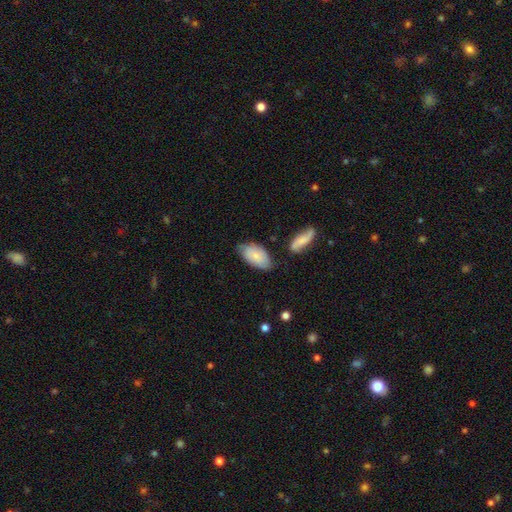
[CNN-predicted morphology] Smooth or featured: smooth — 76% (featured or disk — 18%)
How rounded: in between — 94% (round — 4%)
Merging: none — 63% (minor disturbance — 25%)